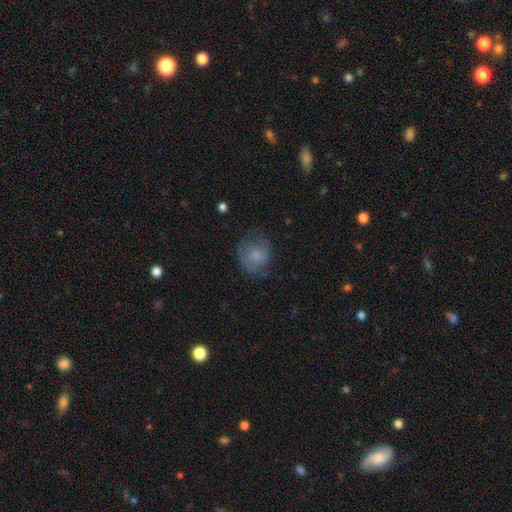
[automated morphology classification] Smooth or featured: smooth — 58% (featured or disk — 32%)
How rounded: round — 66% (in between — 33%)
Merging: none — 54% (minor disturbance — 26%)